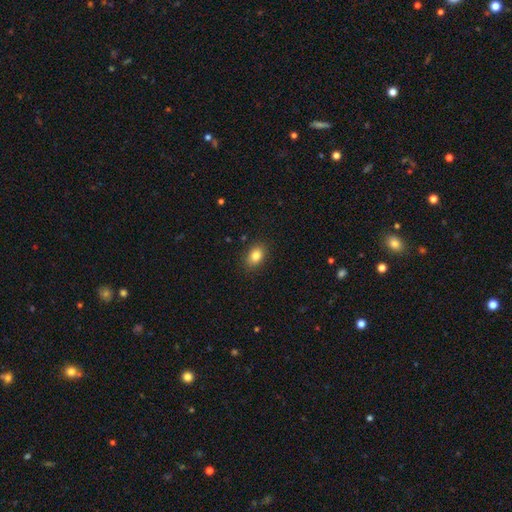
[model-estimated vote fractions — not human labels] Smooth or featured? smooth (84%)
How rounded? in between (78%)
Merging? none (87%)